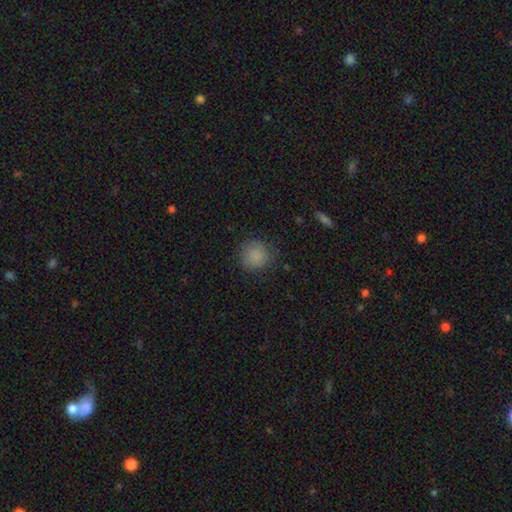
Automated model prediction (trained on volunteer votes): smooth_or_featured: smooth (p=0.85) [alt: star or artifact p=0.09]
how_rounded: round (p=0.91) [alt: in between p=0.08]
merging: none (p=0.81) [alt: minor disturbance p=0.14]